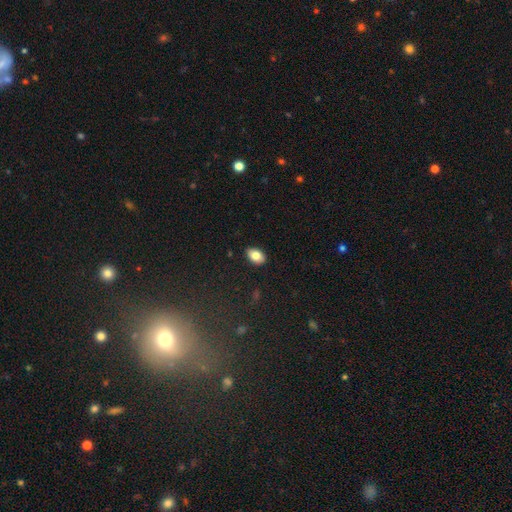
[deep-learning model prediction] Q: Smooth or featured?
A: smooth (81%); runner-up: featured or disk (12%)
Q: How rounded?
A: in between (89%); runner-up: round (9%)
Q: Merging?
A: none (88%); runner-up: minor disturbance (9%)